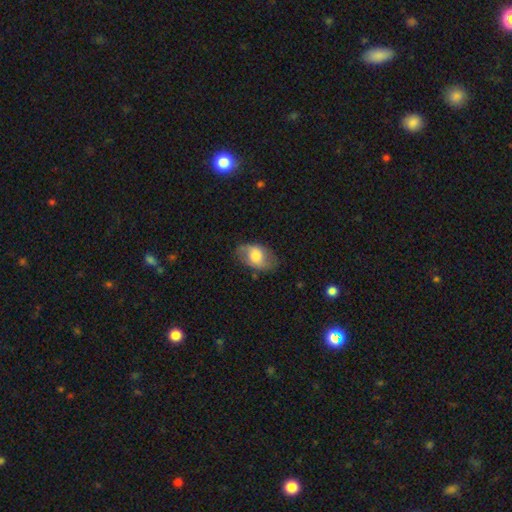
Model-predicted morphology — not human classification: type=smooth (63%); roundness=in between (89%); merging=none (69%).